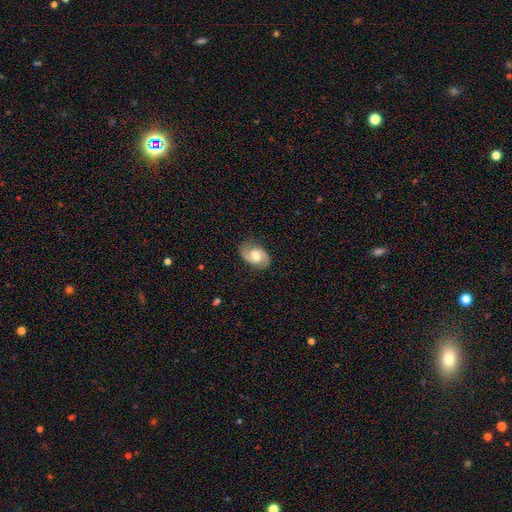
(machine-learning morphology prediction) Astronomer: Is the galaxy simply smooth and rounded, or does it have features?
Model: featured or disk — 70%.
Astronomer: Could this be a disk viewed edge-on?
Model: no — 97%.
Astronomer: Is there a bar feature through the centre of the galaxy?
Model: no — 54% (runner-up: weak, 39%).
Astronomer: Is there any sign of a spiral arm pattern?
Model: yes — 91%.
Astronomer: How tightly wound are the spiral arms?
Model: medium — 48% (runner-up: loose, 26%).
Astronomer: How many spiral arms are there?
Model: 2 — 89%.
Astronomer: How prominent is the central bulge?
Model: moderate — 68%.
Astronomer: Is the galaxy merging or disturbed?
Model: none — 81%.